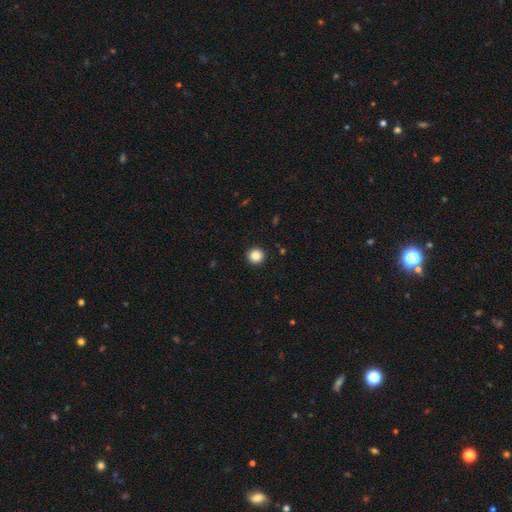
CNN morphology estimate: This appears to be a smooth galaxy with no disk features (86%) that is round (95%). Merging: none (93%).